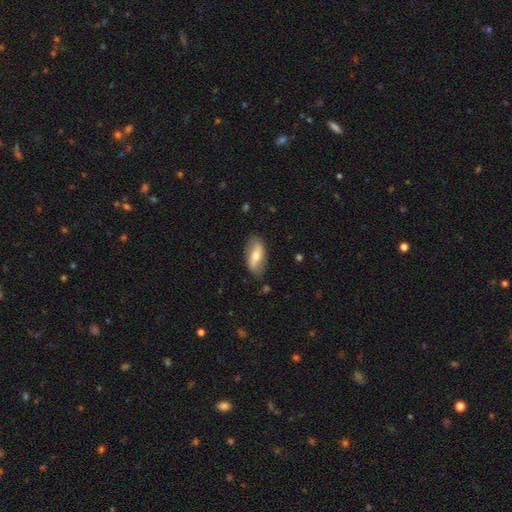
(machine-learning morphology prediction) A smooth galaxy with no disk features (50%).

Vote fractions:
- Smooth or featured? smooth: 50% / featured or disk: 44% / star or artifact: 6%
- Merging? none: 80% / minor disturbance: 15% / major disturbance: 4% / merger: 2%